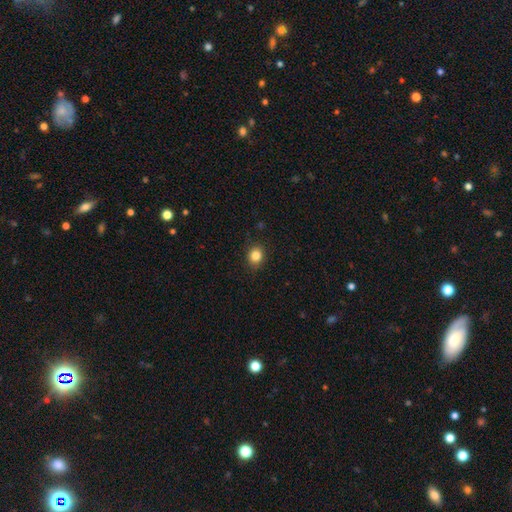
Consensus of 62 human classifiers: Smooth or featured?
  - smooth: 98% *
  - star or artifact: 2%
  - featured or disk: 0%
How rounded?
  - in between: 75% *
  - round: 25%
  - cigar-shaped: 0%
Merging?
  - none: 95% *
  - minor disturbance: 5%
  - major disturbance: 0%
  - merger: 0%